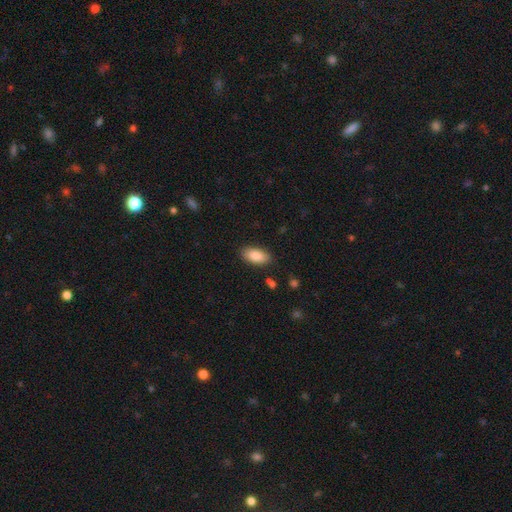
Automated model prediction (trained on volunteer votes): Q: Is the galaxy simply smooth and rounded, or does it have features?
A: smooth — 87%.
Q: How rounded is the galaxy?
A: in between — 92%.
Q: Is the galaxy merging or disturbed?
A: none — 87%.